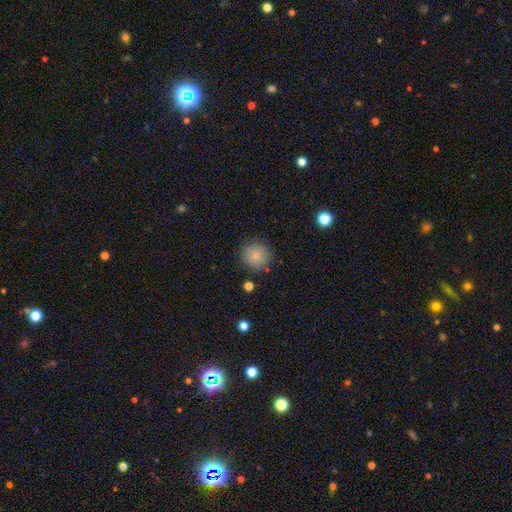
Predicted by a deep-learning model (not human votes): This is clearly a smooth galaxy (84%). How rounded: clearly round (93%). Merging: clearly none (86%).